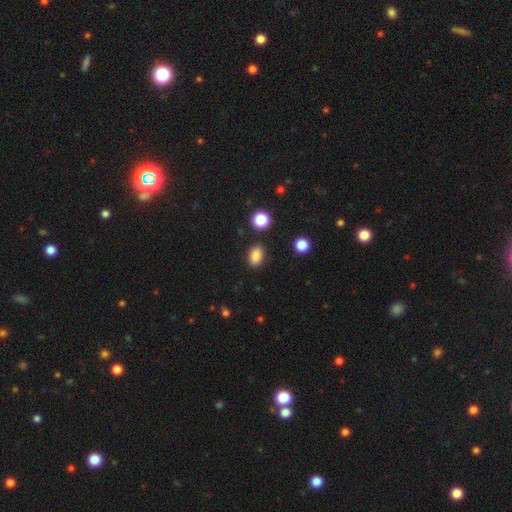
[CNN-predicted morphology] Smooth or featured: smooth — 86% (star or artifact — 10%)
How rounded: in between — 81% (round — 18%)
Merging: none — 87% (minor disturbance — 8%)